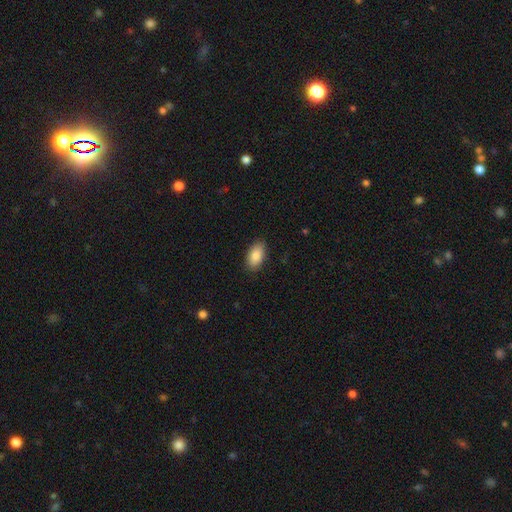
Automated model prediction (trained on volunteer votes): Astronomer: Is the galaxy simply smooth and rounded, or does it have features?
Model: smooth — 88%.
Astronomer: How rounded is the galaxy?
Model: in between — 94%.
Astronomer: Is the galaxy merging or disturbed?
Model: none — 87%.